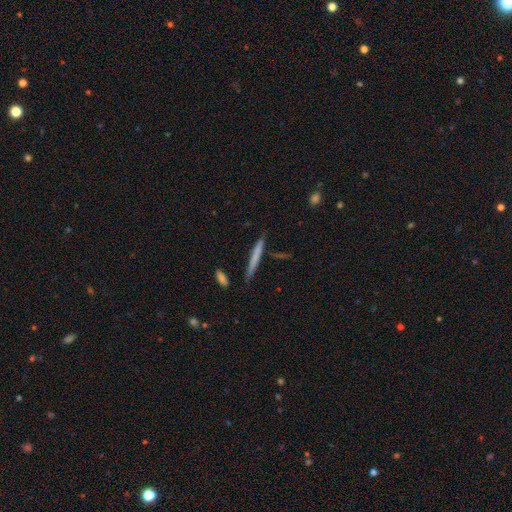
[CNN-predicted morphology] This is likely a smooth galaxy (63%). How rounded: clearly cigar-shaped (96%). Merging: clearly none (86%).